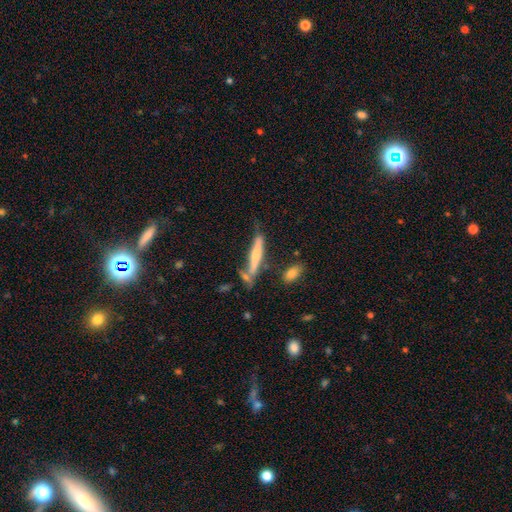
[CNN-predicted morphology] Smooth or featured? Predicted: smooth (p=0.49). Merging? Predicted: none (p=0.60).